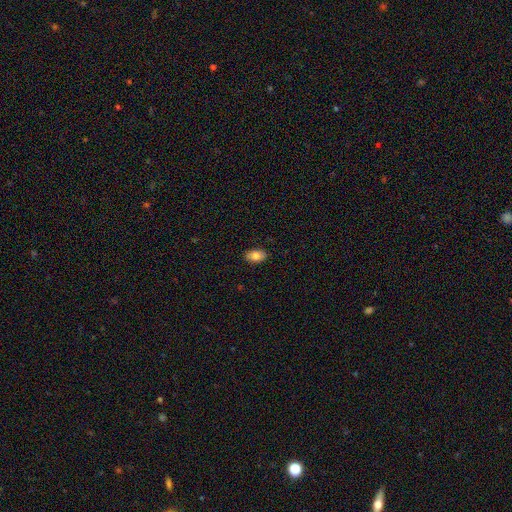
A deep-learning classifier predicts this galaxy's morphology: This is clearly a smooth galaxy (82%). How rounded: clearly in between (91%). Merging: clearly none (89%).